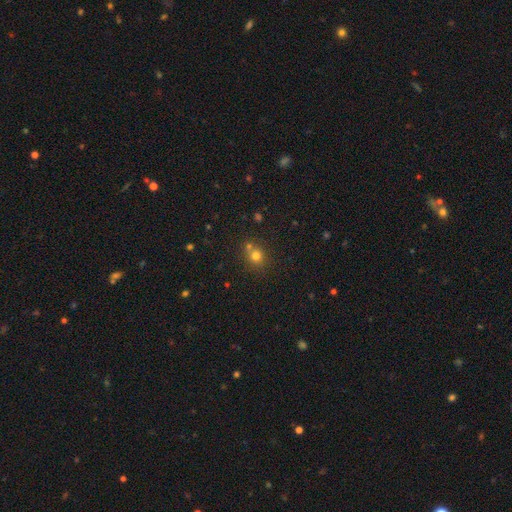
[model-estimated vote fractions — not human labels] smooth-or-featured: smooth: 74% | star or artifact: 17% | featured or disk: 9%
  how-rounded: round: 82% | in between: 17% | cigar-shaped: 1%
  merging: none: 58% | merger: 29% | minor disturbance: 10% | major disturbance: 3%